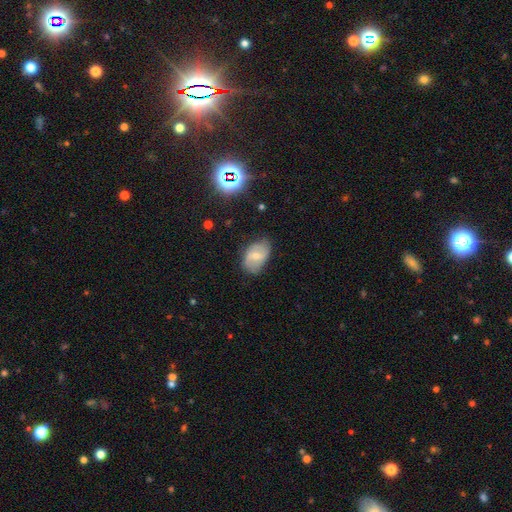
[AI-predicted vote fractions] Smooth or featured? Predicted: featured or disk (p=0.47). Merging? Predicted: none (p=0.66).